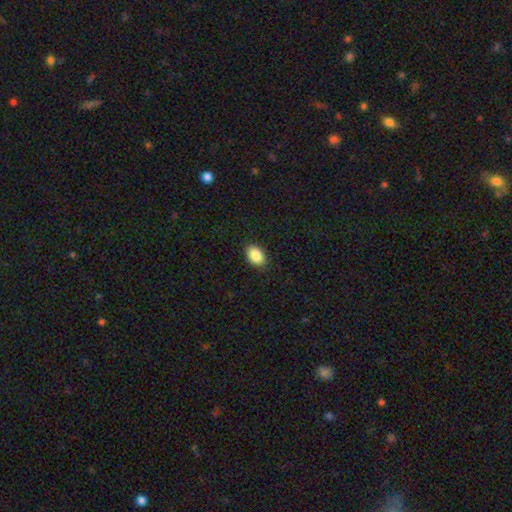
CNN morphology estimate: A smooth galaxy with no disk features (87%) that is in between round and cigar-shaped (84%).

Vote fractions:
- Smooth or featured? smooth: 87% / star or artifact: 8% / featured or disk: 5%
- How rounded? in between: 84% / round: 15% / cigar-shaped: 1%
- Merging? none: 89% / minor disturbance: 9% / major disturbance: 2% / merger: 1%